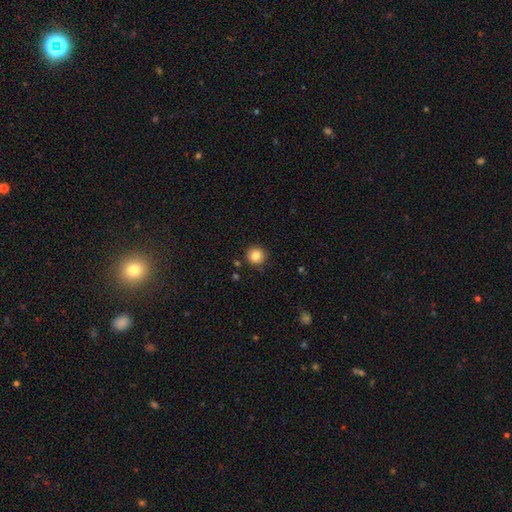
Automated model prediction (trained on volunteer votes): smooth_or_featured: smooth (p=0.84) [alt: star or artifact p=0.11]
how_rounded: round (p=0.94) [alt: in between p=0.05]
merging: none (p=0.89) [alt: minor disturbance p=0.07]